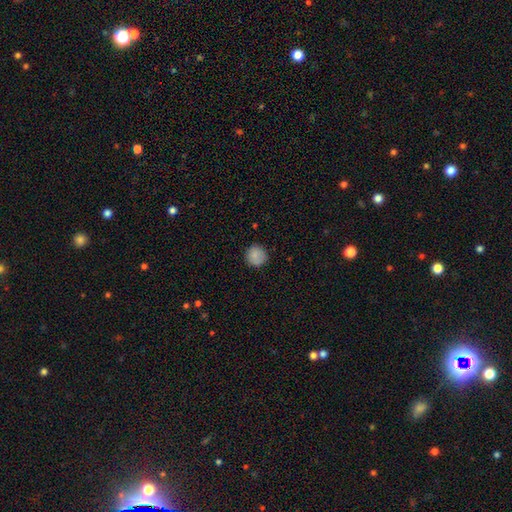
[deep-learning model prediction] A smooth galaxy with no disk features (85%) that is round (93%).

Vote fractions:
- Smooth or featured? smooth: 85% / star or artifact: 9% / featured or disk: 6%
- How rounded? round: 93% / in between: 6% / cigar-shaped: 1%
- Merging? none: 86% / minor disturbance: 11% / major disturbance: 2% / merger: 1%